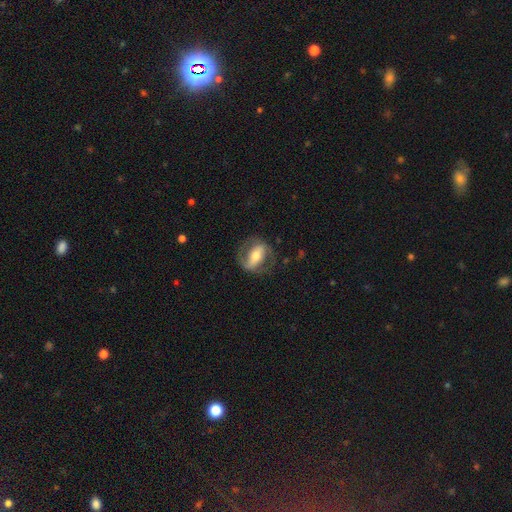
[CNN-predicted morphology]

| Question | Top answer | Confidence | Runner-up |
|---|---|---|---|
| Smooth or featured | featured or disk | 67% | smooth (27%) |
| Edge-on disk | no | 90% | yes (10%) |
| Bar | strong | 58% | weak (25%) |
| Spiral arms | yes | 66% | no (34%) |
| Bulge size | moderate | 64% | small (21%) |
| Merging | none | 72% | minor disturbance (15%) |